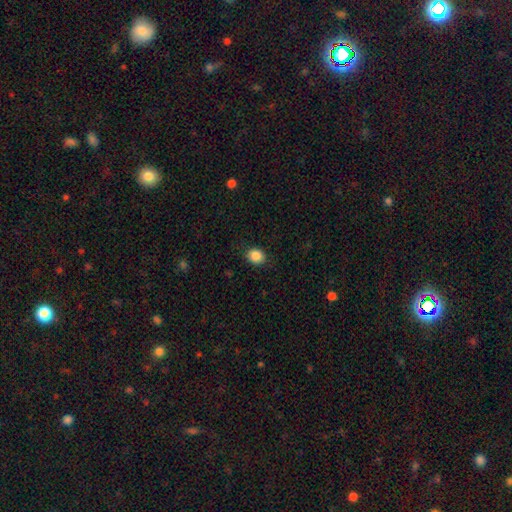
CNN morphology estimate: smooth 87%, star or artifact 9%, featured or disk 4%. Down the decision tree: how rounded — round (61%); merging — none (87%).